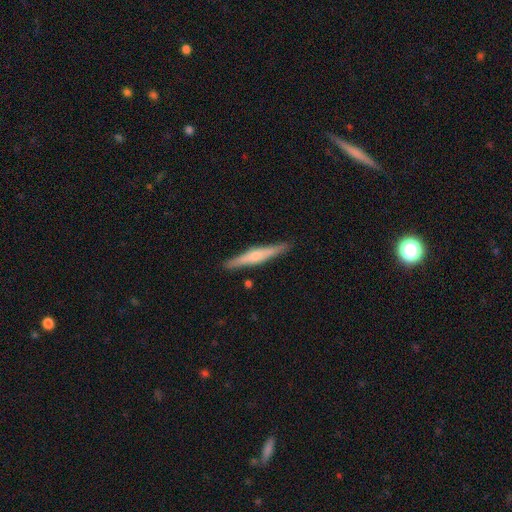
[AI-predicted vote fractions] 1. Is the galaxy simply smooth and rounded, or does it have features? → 57% featured or disk, 38% smooth, 6% star or artifact.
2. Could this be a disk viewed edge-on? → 97% yes, 3% no.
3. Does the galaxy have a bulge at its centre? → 72% rounded, 15% none, 13% boxy.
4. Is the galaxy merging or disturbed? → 90% none, 7% minor disturbance, 1% major disturbance, 1% merger.